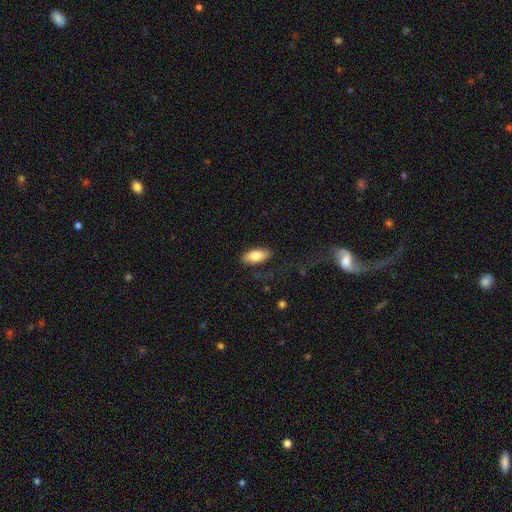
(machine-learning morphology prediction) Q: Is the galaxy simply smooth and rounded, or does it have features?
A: smooth — 80%.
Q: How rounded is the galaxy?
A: in between — 89%.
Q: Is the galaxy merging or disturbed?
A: none — 82%.